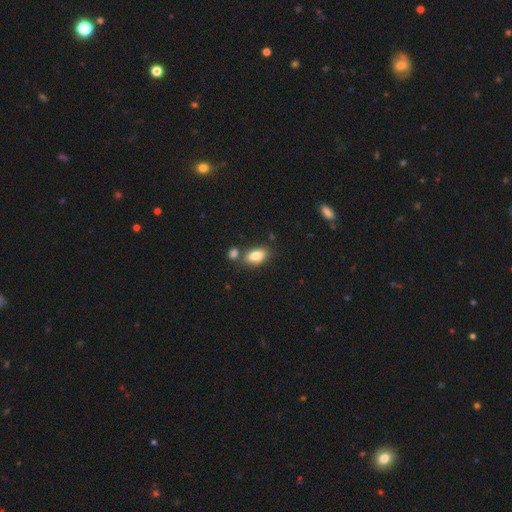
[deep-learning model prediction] This is clearly a smooth galaxy (83%). How rounded: clearly in between (89%). Merging: likely none (66%).